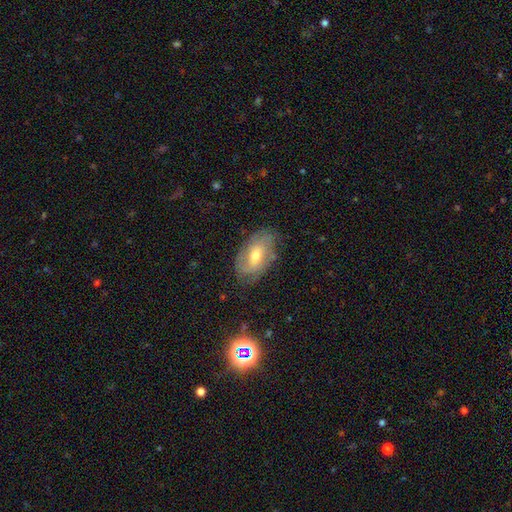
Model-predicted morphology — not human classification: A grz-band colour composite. It shows a featured or disk galaxy (64%) with no bar (48%), spiral arms (81%) and a moderate central bulge (68%). Merging: none (72%).